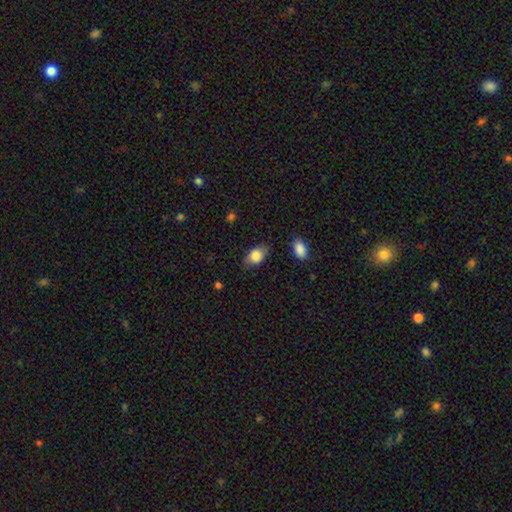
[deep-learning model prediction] smooth-or-featured: smooth: 81% | featured or disk: 11% | star or artifact: 7%
  how-rounded: in between: 86% | round: 12% | cigar-shaped: 2%
  merging: none: 75% | minor disturbance: 19% | major disturbance: 4% | merger: 2%